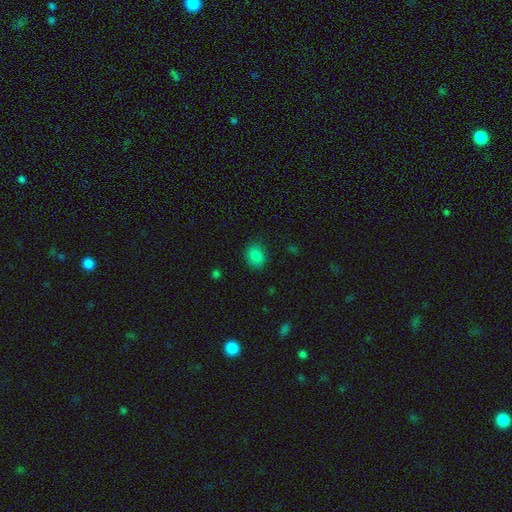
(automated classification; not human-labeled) This appears to be a smooth galaxy with no disk features (84%) that is round (53%). Merging: none (84%).